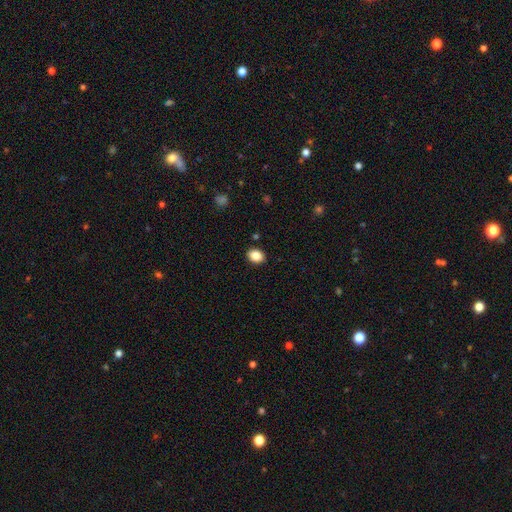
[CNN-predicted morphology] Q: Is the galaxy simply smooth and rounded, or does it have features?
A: smooth — 86%.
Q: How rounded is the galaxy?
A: in between — 58%.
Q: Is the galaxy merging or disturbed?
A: none — 90%.